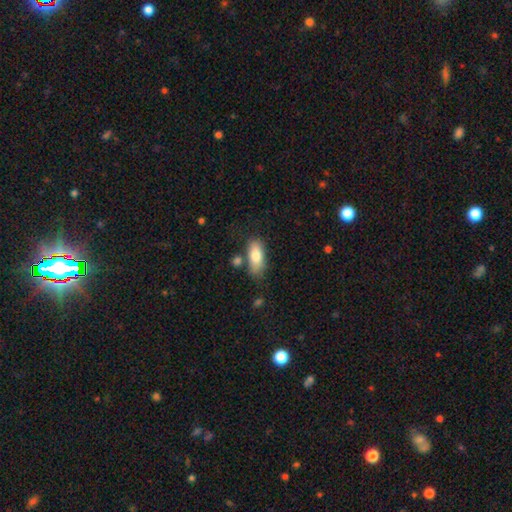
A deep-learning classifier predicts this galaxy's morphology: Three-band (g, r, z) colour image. It shows a smooth galaxy with no disk features (79%) that is in between round and cigar-shaped (83%). Merging: none (66%).